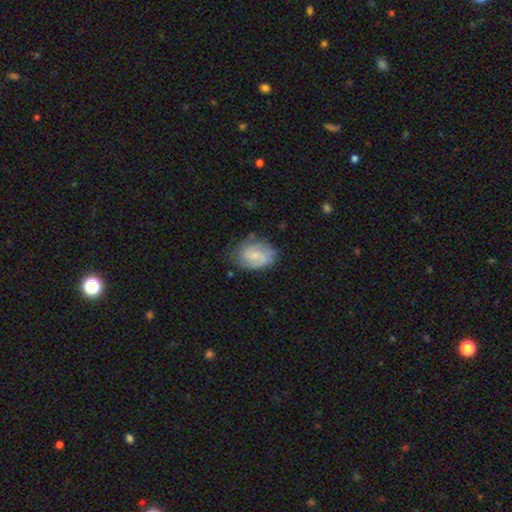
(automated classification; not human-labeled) Smooth or featured: featured or disk — 52% (smooth — 40%)
Edge-on disk: no — 97% (yes — 3%)
Bar: no — 49% (weak — 44%)
Spiral arms: yes — 84% (no — 16%)
Bulge size: small — 61% (moderate — 23%)
Merging: none — 65% (minor disturbance — 24%)